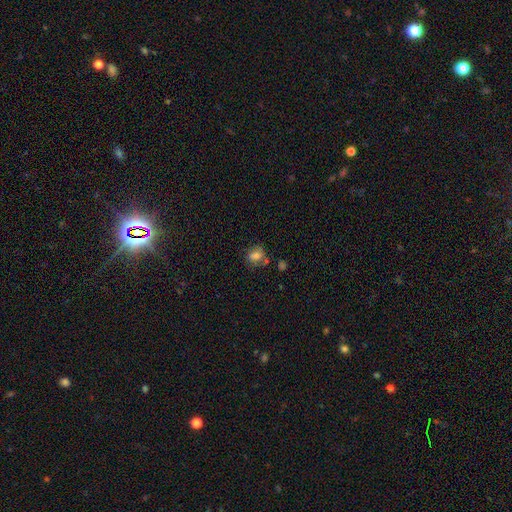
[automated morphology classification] A smooth galaxy with no disk features (71%) that is round (50%).

Vote fractions:
- Smooth or featured? smooth: 71% / featured or disk: 15% / star or artifact: 13%
- How rounded? round: 50% / in between: 48% / cigar-shaped: 1%
- Merging? none: 58% / minor disturbance: 22% / merger: 12% / major disturbance: 9%